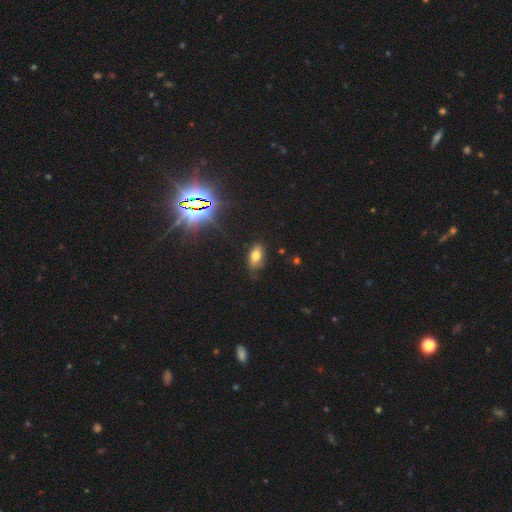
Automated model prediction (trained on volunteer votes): Overall: smooth (70%). How rounded: in between (89%). Merging: none (75%).